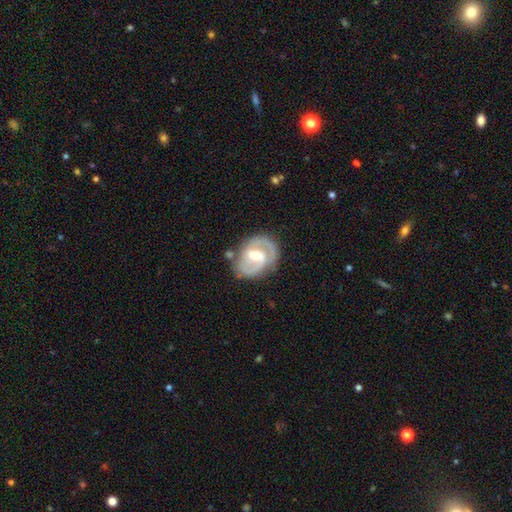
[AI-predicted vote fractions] The model was most divided on "spiral winding": medium: 46%, tight: 43%, loose: 11%. More confident: edge-on disk — no (97%); spiral arms — yes (92%); smooth or featured — featured or disk (86%); spiral arm count — 2 (84%); merging — none (73%); bulge size — moderate (66%); bar — weak (52%).